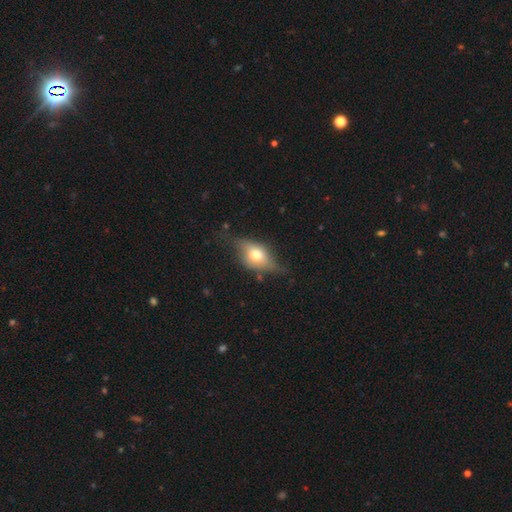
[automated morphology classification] This is possibly a smooth galaxy (52%). How rounded: likely in between (75%). Merging: possibly none (53%).